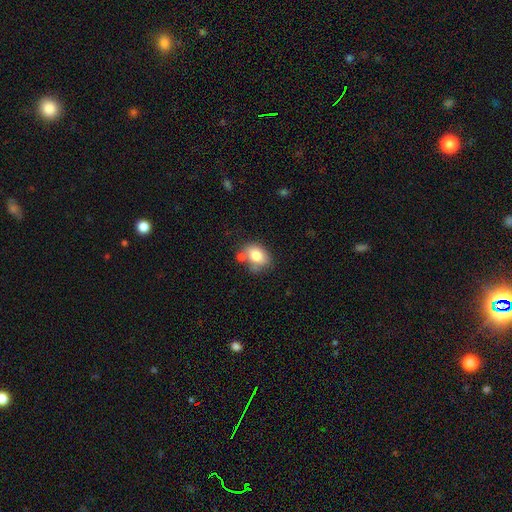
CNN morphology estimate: Smooth or featured? smooth (80%)
How rounded? in between (72%)
Merging? none (55%)